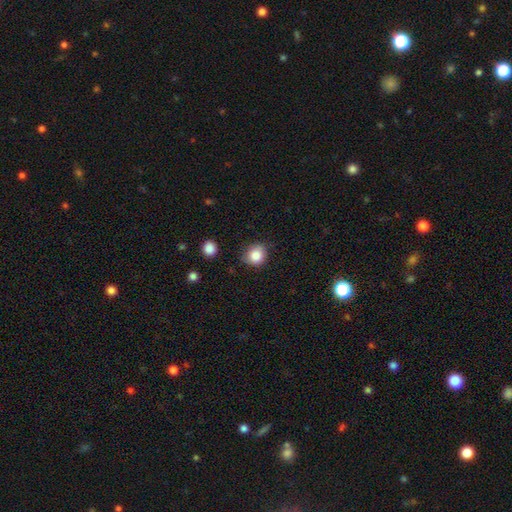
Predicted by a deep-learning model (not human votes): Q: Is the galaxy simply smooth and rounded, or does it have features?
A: smooth — 85%.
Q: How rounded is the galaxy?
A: round — 78%.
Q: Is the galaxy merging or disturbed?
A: none — 72%.